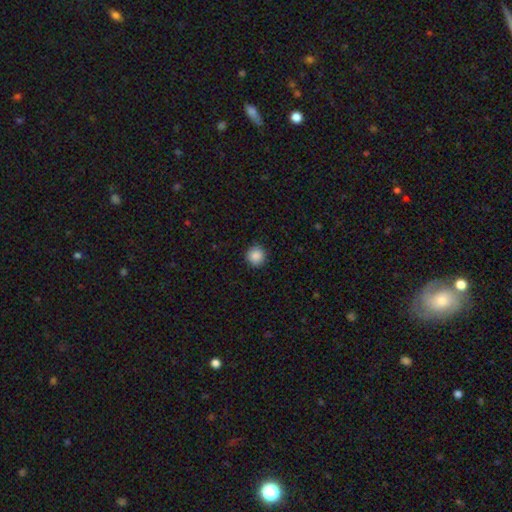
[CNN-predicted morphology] Smooth or featured? Predicted: smooth (p=0.88). How rounded? Predicted: round (p=0.94). Merging? Predicted: none (p=0.92).